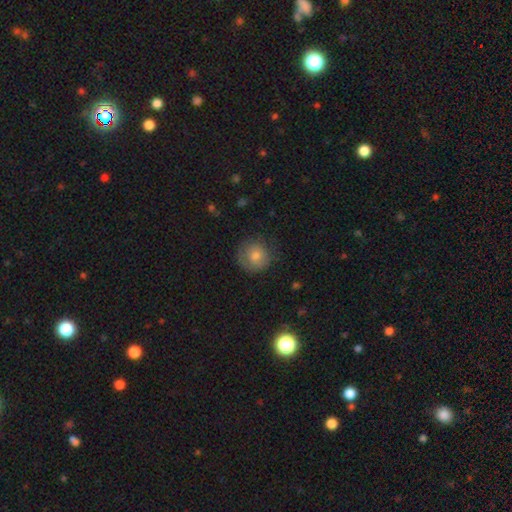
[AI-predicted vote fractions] Morphology: type=smooth (67%); roundness=round (91%); merging=none (75%).